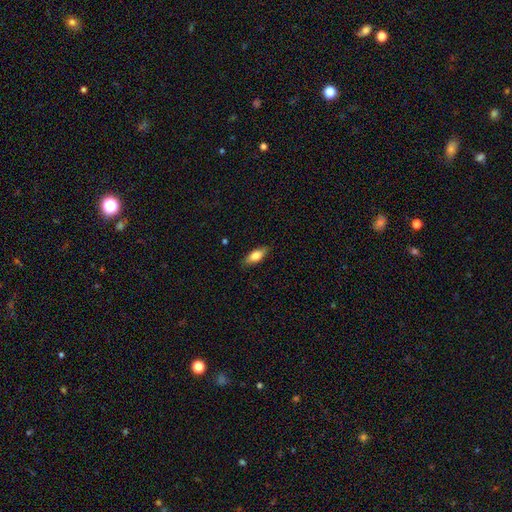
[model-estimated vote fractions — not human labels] Smooth or featured: smooth — 76% (featured or disk — 18%)
How rounded: in between — 77% (cigar-shaped — 21%)
Merging: none — 86% (minor disturbance — 11%)